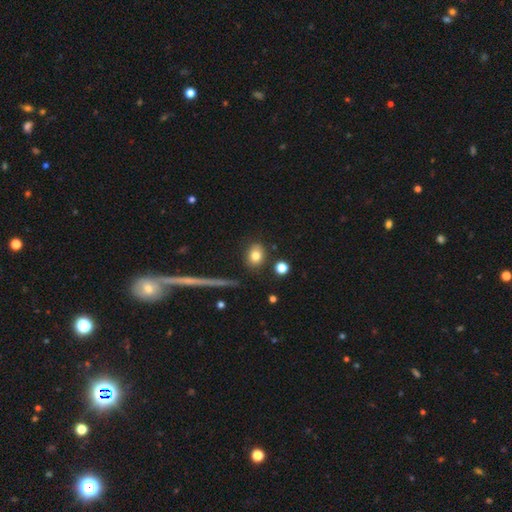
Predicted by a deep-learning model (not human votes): Q: Smooth or featured?
A: smooth (79%); runner-up: featured or disk (11%)
Q: How rounded?
A: round (53%); runner-up: in between (44%)
Q: Merging?
A: none (84%); runner-up: minor disturbance (9%)